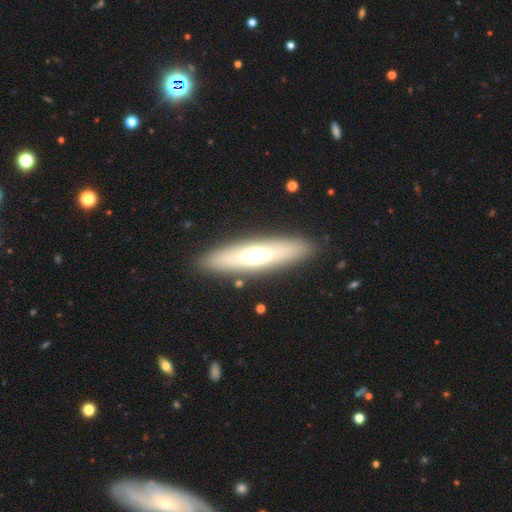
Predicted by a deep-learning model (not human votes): Smooth or featured? Predicted: smooth (p=0.48). Merging? Predicted: none (p=0.87).